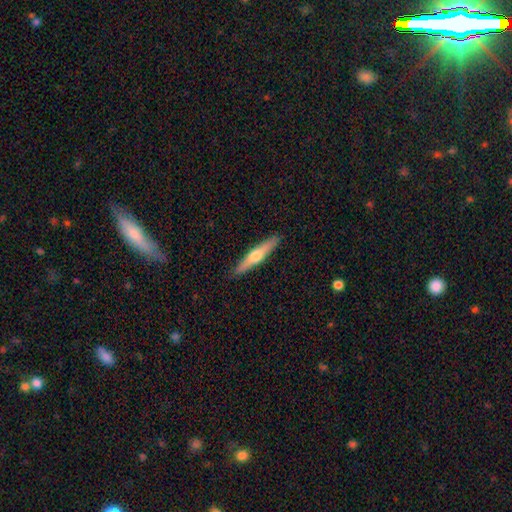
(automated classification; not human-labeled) Q: Smooth or featured?
A: featured or disk (49%); runner-up: smooth (46%)
Q: Merging?
A: none (90%); runner-up: minor disturbance (7%)